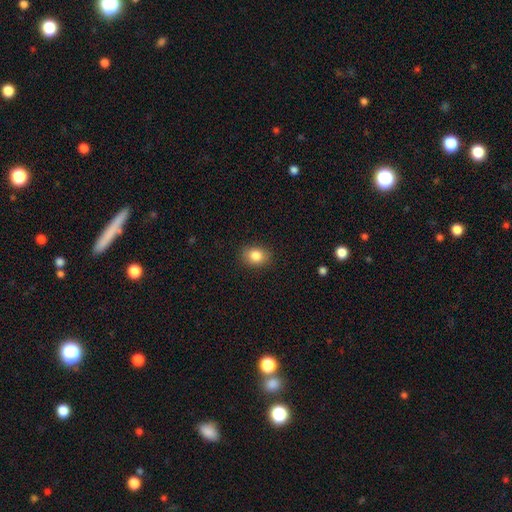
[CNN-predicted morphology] type=smooth (84%); roundness=in between (56%); merging=none (87%).